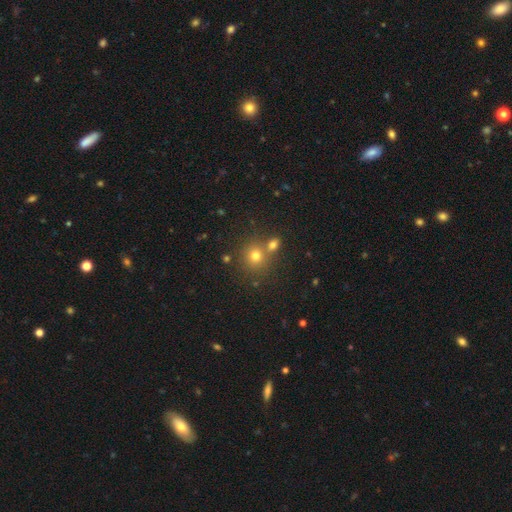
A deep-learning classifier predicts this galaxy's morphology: Smooth or featured: smooth — 73% (star or artifact — 17%)
How rounded: round — 87% (in between — 12%)
Merging: none — 64% (merger — 25%)